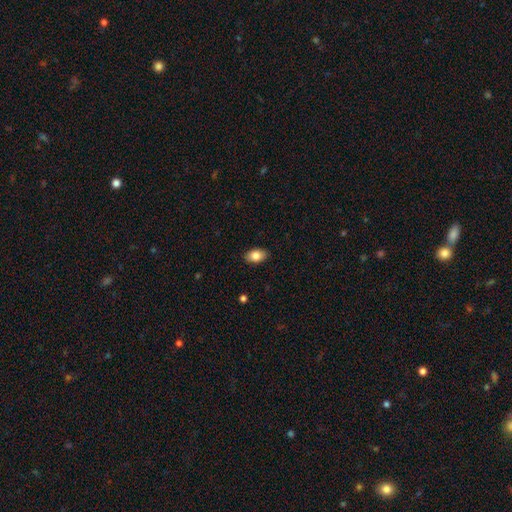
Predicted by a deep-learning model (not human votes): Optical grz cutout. It shows a smooth galaxy with no disk features (85%) that is in between round and cigar-shaped (90%). Merging: none (88%).